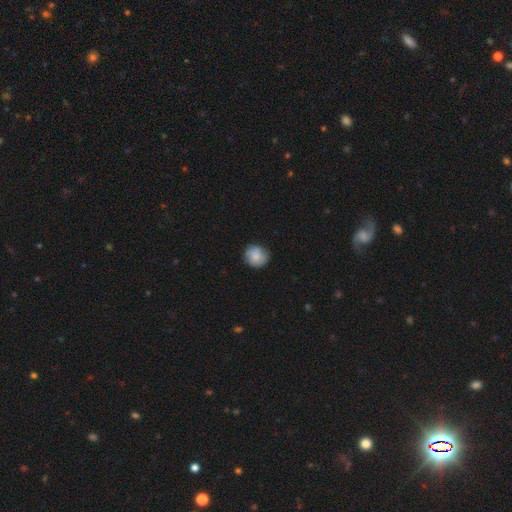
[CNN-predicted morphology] A smooth galaxy with no disk features (81%) that is round (88%).

Vote fractions:
- Smooth or featured? smooth: 81% / featured or disk: 11% / star or artifact: 7%
- How rounded? round: 88% / in between: 11% / cigar-shaped: 1%
- Merging? none: 83% / minor disturbance: 13% / major disturbance: 2% / merger: 1%